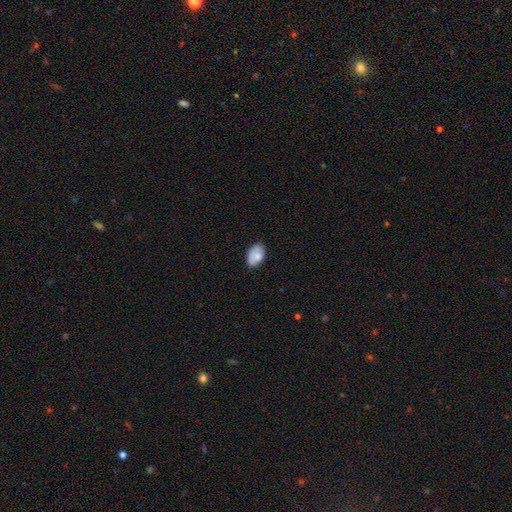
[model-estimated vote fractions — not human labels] Smooth or featured? smooth (76%)
How rounded? in between (90%)
Merging? none (72%)